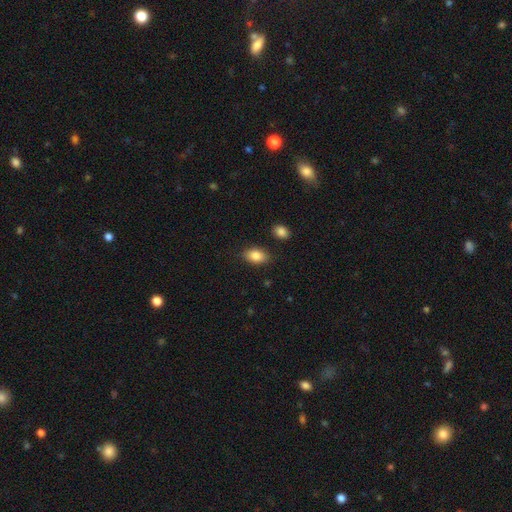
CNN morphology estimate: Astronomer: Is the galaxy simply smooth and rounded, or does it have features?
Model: smooth — 86%.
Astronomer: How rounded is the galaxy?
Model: in between — 89%.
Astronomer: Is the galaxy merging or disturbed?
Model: none — 85%.